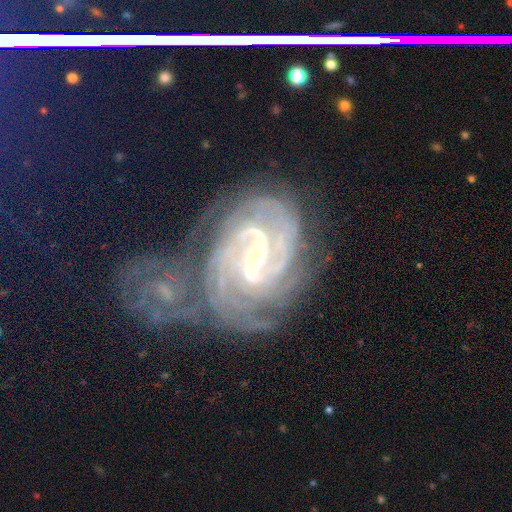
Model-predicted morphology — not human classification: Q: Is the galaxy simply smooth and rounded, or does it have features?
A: featured or disk — 91%.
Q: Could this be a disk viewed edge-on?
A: no — 98%.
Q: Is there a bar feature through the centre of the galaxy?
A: strong — 48%.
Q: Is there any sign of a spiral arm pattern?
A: yes — 98%.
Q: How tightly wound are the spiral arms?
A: tight — 63%.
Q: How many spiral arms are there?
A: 2 — 27%.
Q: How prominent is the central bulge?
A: small — 67%.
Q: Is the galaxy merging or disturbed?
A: none — 41%.